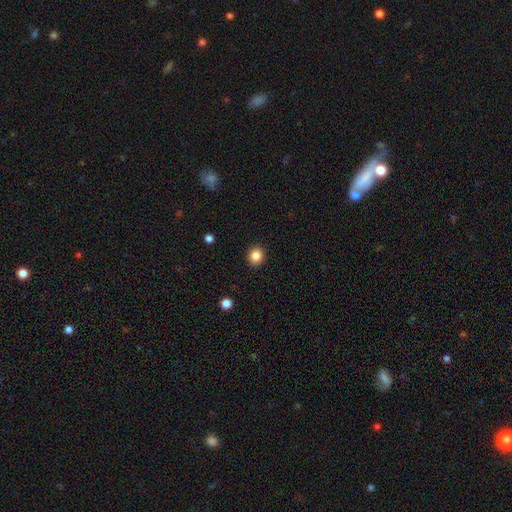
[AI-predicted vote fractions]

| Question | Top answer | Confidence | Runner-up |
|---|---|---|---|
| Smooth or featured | smooth | 86% | star or artifact (11%) |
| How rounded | round | 80% | in between (19%) |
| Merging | none | 91% | minor disturbance (6%) |